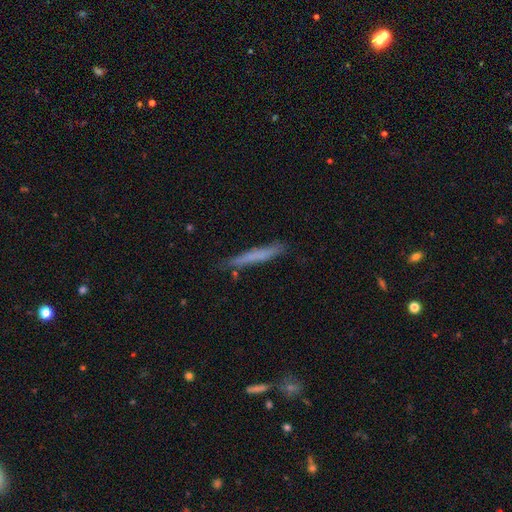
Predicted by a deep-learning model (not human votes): Overall: smooth (64%; featured or disk 29%). How rounded: cigar-shaped (96%). Merging: none (80%).